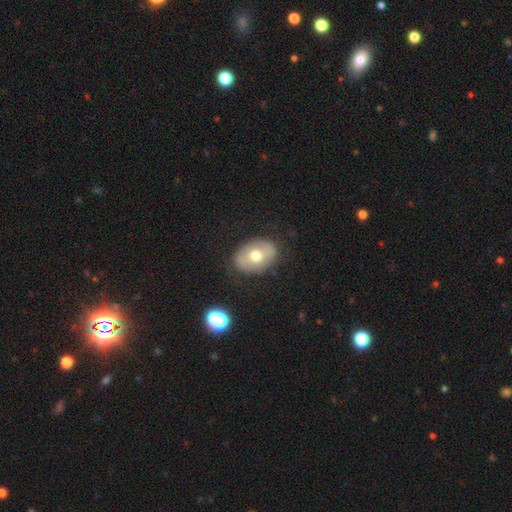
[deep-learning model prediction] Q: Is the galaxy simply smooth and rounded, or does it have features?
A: smooth — 59%.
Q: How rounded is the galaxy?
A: in between — 75%.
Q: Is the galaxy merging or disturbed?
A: none — 83%.